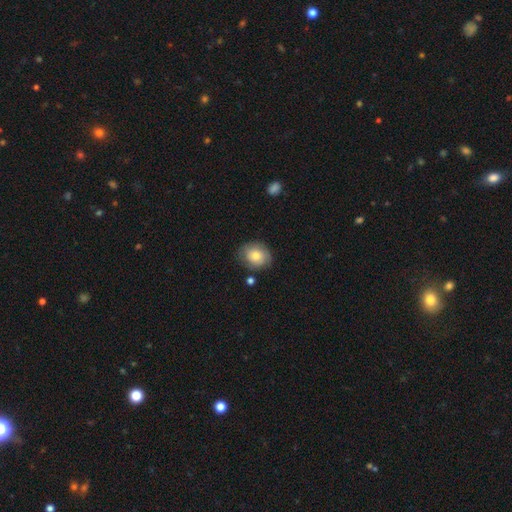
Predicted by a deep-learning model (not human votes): Smooth or featured?
  - smooth: 72% *
  - featured or disk: 20%
  - star or artifact: 8%
How rounded?
  - round: 59% *
  - in between: 40%
  - cigar-shaped: 1%
Merging?
  - none: 73% *
  - minor disturbance: 19%
  - major disturbance: 5%
  - merger: 3%